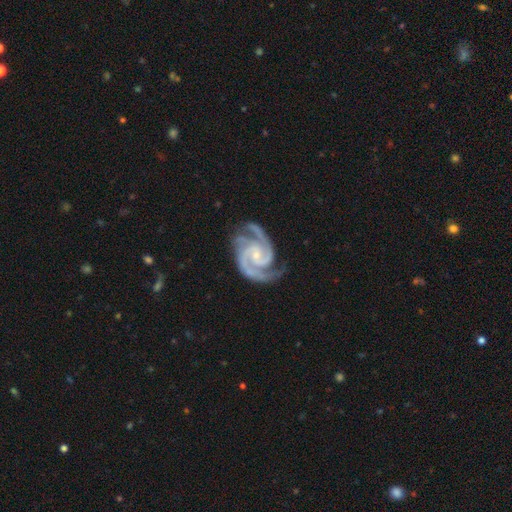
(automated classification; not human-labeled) A featured or disk galaxy (95%) with no bar (56%), 2 (60%) tight (50%) spiral arms (99%) and a small central bulge (76%).

Vote fractions:
- Smooth or featured? featured or disk: 95% / star or artifact: 3% / smooth: 2%
- Edge-on disk? no: 98% / yes: 2%
- Bar? no: 56% / weak: 32% / strong: 12%
- Spiral arms? yes: 99% / no: 1%
- Spiral winding? tight: 50% / medium: 45% / loose: 4%
- Spiral arm count? 2: 60% / 3: 29% / 4: 3% / can't tell: 3% / 1: 3% / more than 4: 3%
- Bulge size? small: 76% / moderate: 18% / none: 5% / large: 1% / dominant: 1%
- Merging? none: 75% / minor disturbance: 17% / major disturbance: 6% / merger: 2%